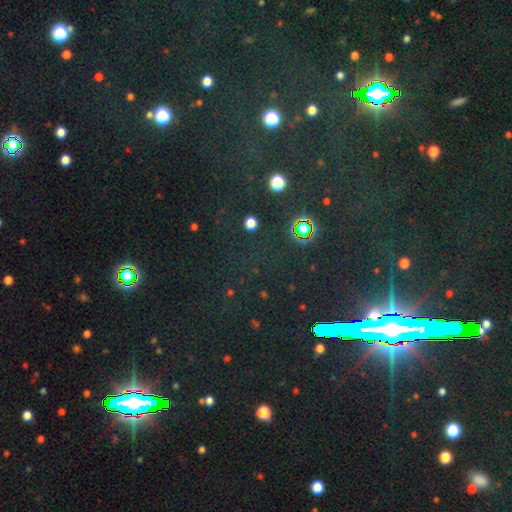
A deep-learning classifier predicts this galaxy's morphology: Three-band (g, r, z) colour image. It shows a star or artifact, not a galaxy (79%).